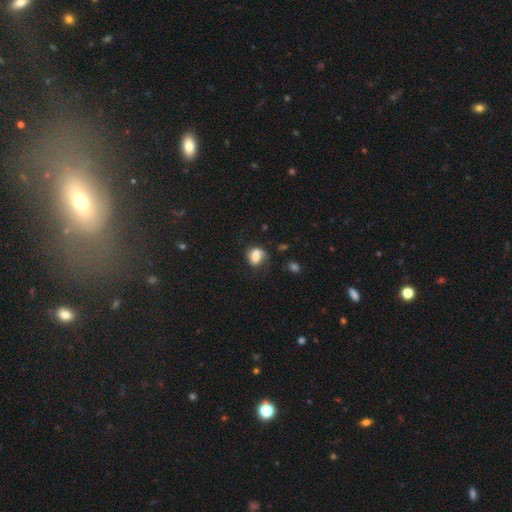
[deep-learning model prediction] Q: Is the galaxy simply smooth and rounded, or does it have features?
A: smooth — 63%.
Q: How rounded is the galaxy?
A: in between — 56%.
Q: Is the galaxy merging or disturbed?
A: none — 39%.